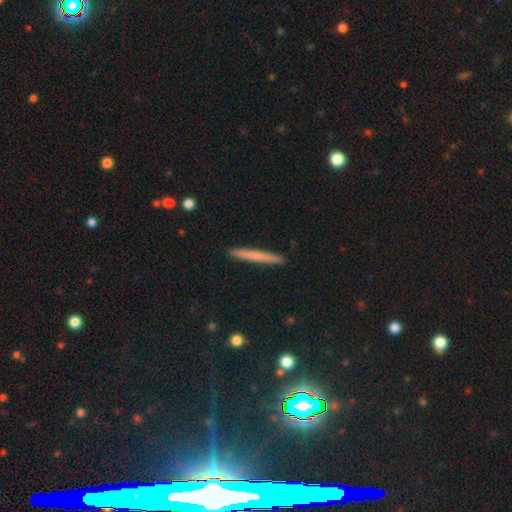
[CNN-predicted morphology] Smooth or featured?
  - smooth: 65% *
  - featured or disk: 29%
  - star or artifact: 6%
How rounded?
  - cigar-shaped: 97% *
  - in between: 2%
  - round: 1%
Merging?
  - none: 92% *
  - minor disturbance: 5%
  - major disturbance: 1%
  - merger: 1%